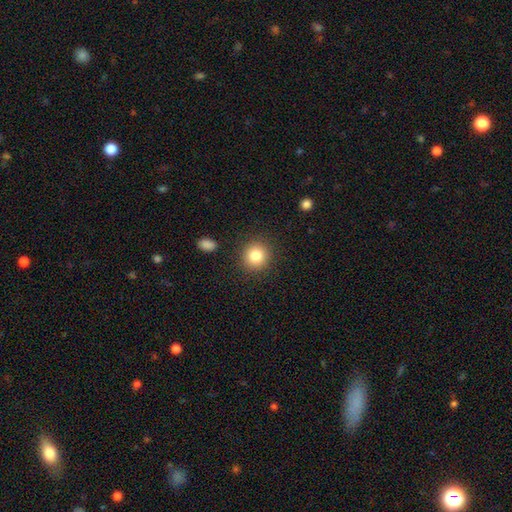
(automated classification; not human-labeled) This is clearly a smooth galaxy (83%). How rounded: clearly round (90%). Merging: clearly none (89%).